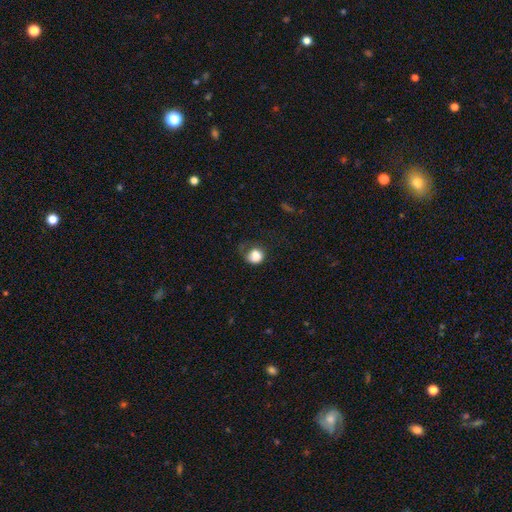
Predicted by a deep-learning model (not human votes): smooth_or_featured: smooth (p=0.79) [alt: featured or disk p=0.12]
how_rounded: round (p=0.64) [alt: in between p=0.35]
merging: major disturbance (p=0.35) [alt: none p=0.34]